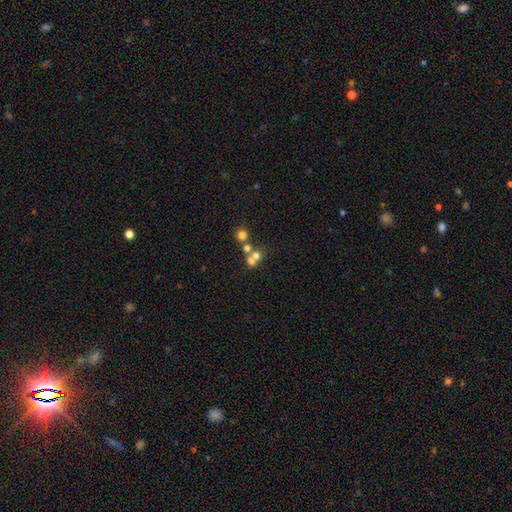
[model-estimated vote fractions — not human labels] A smooth galaxy with no disk features (60%) that is round (85%). Merging: merger (50%).